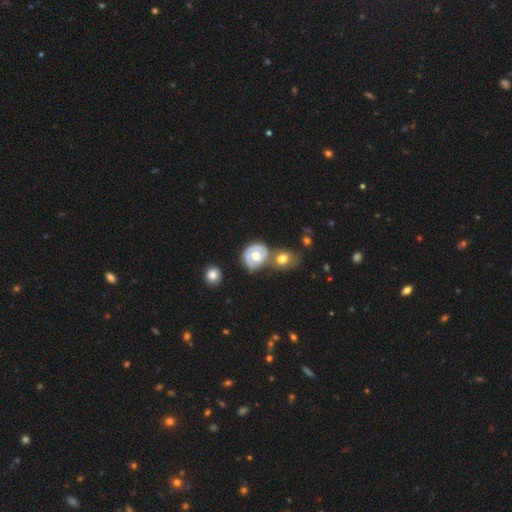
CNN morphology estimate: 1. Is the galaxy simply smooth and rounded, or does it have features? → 57% featured or disk, 37% smooth, 6% star or artifact.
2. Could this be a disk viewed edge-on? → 97% no, 3% yes.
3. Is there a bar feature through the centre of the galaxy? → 76% no, 19% weak, 5% strong.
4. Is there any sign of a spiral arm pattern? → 58% yes, 42% no.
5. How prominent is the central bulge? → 71% moderate, 20% large, 6% small, 2% dominant, 1% none.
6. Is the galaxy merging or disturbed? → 45% none, 30% merger, 17% minor disturbance, 9% major disturbance.